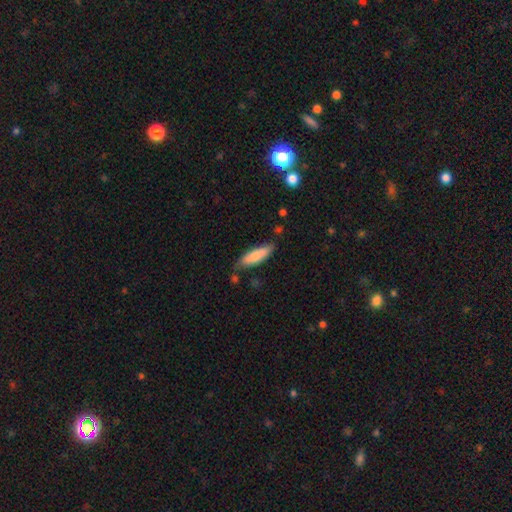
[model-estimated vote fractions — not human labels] A smooth galaxy with no disk features (82%) that is cigar-shaped (57%). Merging: none (73%).